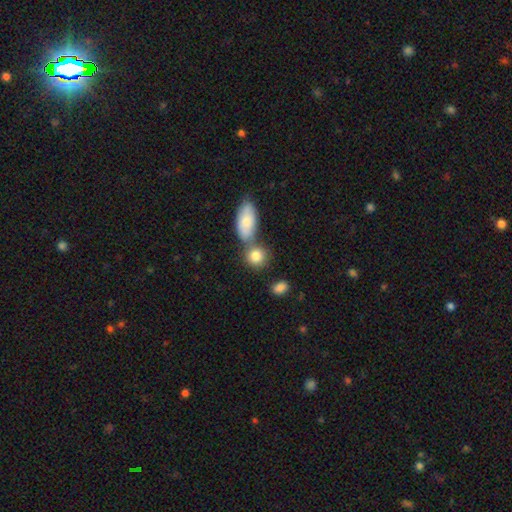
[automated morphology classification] A smooth galaxy with no disk features (83%) that is round (69%).

Vote fractions:
- Smooth or featured? smooth: 83% / featured or disk: 9% / star or artifact: 8%
- How rounded? round: 69% / in between: 28% / cigar-shaped: 3%
- Merging? none: 52% / merger: 34% / minor disturbance: 10% / major disturbance: 4%